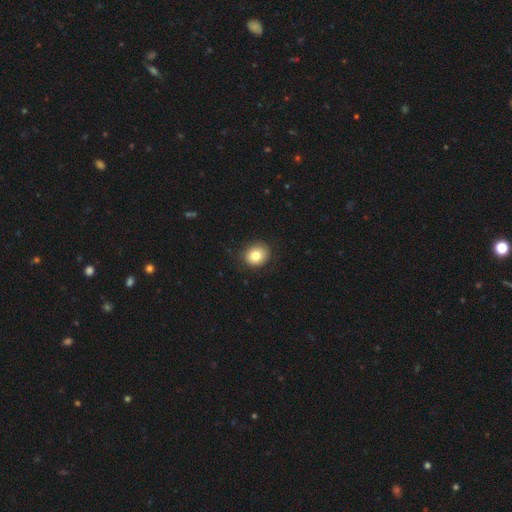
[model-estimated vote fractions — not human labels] smooth 80%, featured or disk 10%, star or artifact 10%. Down the decision tree: how rounded — round (74%); merging — none (86%).